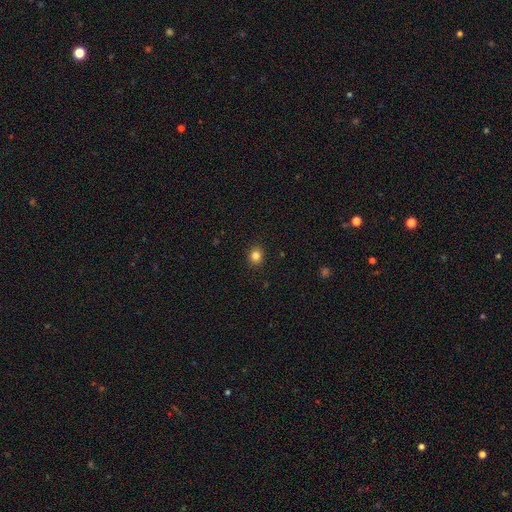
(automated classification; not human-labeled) Smooth or featured? smooth (83%)
How rounded? round (81%)
Merging? none (91%)